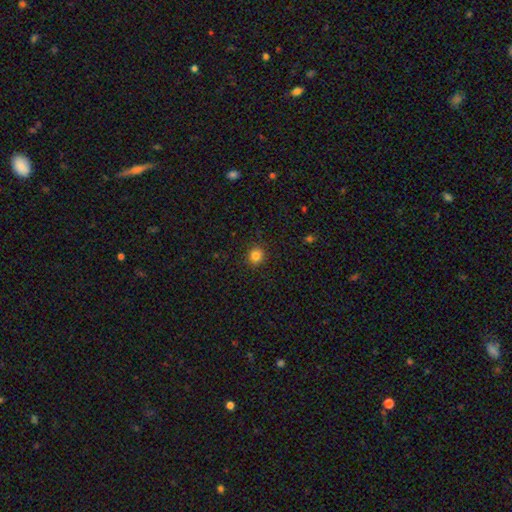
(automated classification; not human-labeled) smooth-or-featured: smooth: 84% | star or artifact: 12% | featured or disk: 4%
  how-rounded: round: 90% | in between: 9% | cigar-shaped: 1%
  merging: none: 90% | minor disturbance: 7% | major disturbance: 2% | merger: 1%